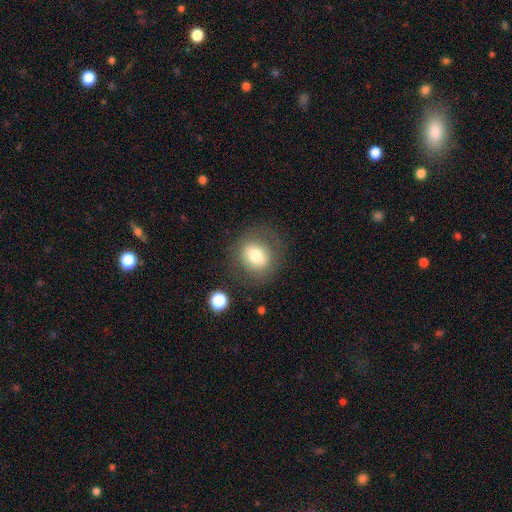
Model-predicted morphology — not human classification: smooth_or_featured: smooth (p=0.71) [alt: featured or disk p=0.19]
how_rounded: round (p=0.75) [alt: in between p=0.24]
merging: none (p=0.79) [alt: minor disturbance p=0.12]